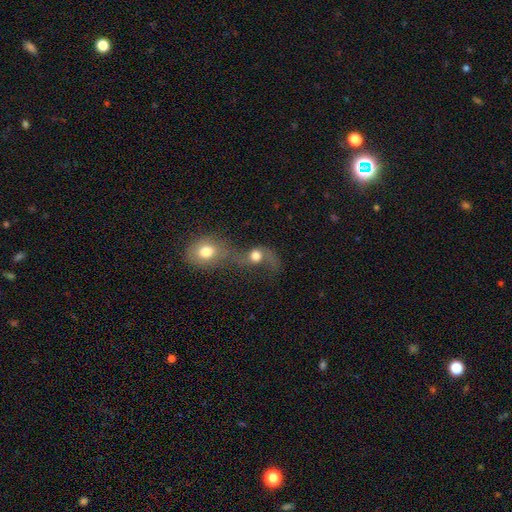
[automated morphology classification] type=smooth (52%); roundness=round (63%); merging=merger (70%).